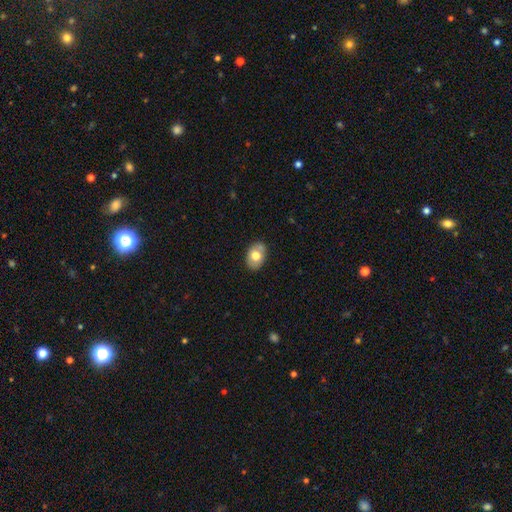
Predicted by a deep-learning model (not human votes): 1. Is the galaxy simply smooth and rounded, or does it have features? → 70% smooth, 23% featured or disk, 7% star or artifact.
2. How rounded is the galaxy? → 80% in between, 19% round, 1% cigar-shaped.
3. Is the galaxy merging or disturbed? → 80% none, 15% minor disturbance, 3% merger, 3% major disturbance.